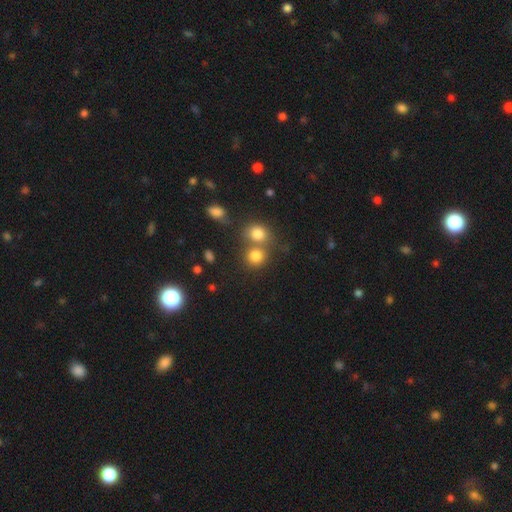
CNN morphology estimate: Smooth or featured? Predicted: smooth (p=0.79). How rounded? Predicted: round (p=0.78). Merging? Predicted: none (p=0.48).